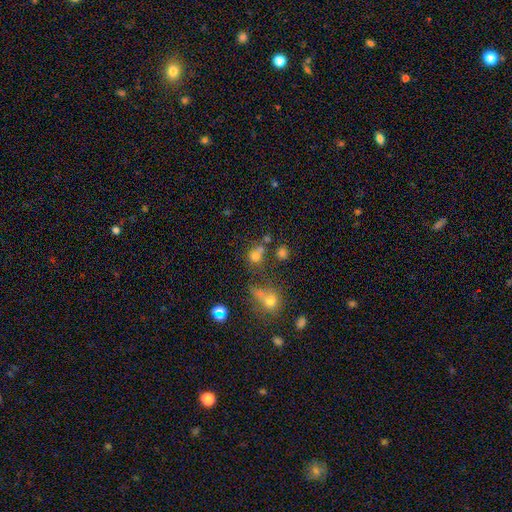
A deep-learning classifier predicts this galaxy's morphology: The model was most divided on "merging": none: 47%, merger: 34%, minor disturbance: 11%, major disturbance: 8%. More confident: how rounded — round (77%); smooth or featured — smooth (69%).